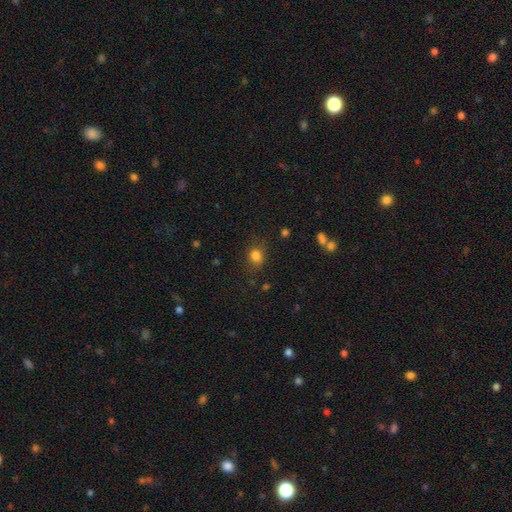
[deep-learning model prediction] A smooth galaxy with no disk features (81%) that is round (59%).

Vote fractions:
- Smooth or featured? smooth: 81% / star or artifact: 13% / featured or disk: 6%
- How rounded? round: 59% / in between: 40% / cigar-shaped: 1%
- Merging? none: 75% / minor disturbance: 16% / major disturbance: 6% / merger: 2%